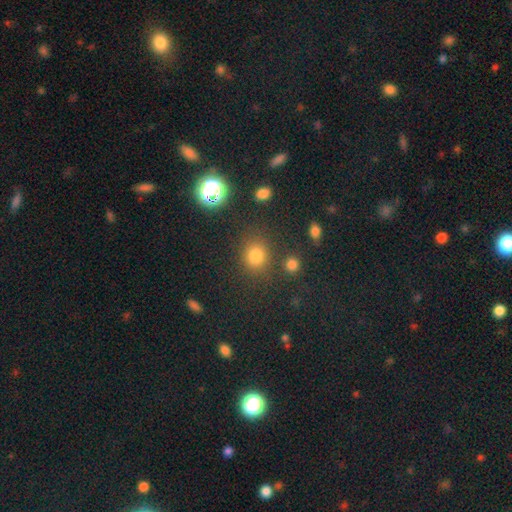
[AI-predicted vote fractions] Q: Smooth or featured?
A: smooth (76%); runner-up: star or artifact (18%)
Q: How rounded?
A: round (80%); runner-up: in between (19%)
Q: Merging?
A: none (81%); runner-up: minor disturbance (9%)